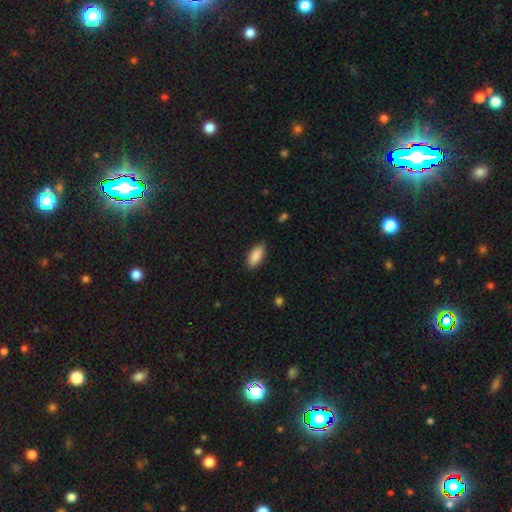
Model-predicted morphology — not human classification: Smooth or featured: smooth — 89% (star or artifact — 6%)
How rounded: in between — 90% (cigar-shaped — 8%)
Merging: none — 85% (minor disturbance — 11%)